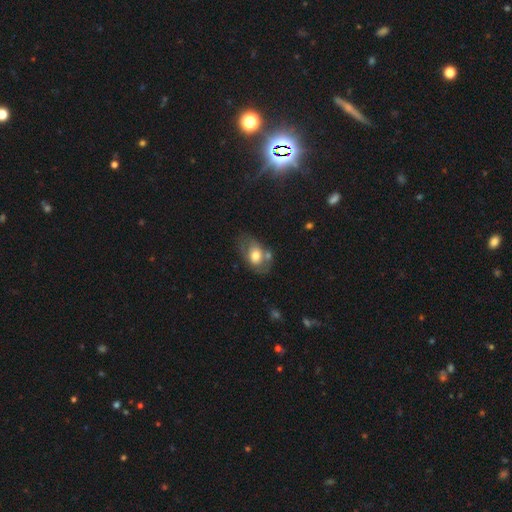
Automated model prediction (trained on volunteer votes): Smooth or featured?
  - smooth: 56% *
  - featured or disk: 36%
  - star or artifact: 8%
How rounded?
  - in between: 82% *
  - round: 16%
  - cigar-shaped: 2%
Merging?
  - none: 46% *
  - minor disturbance: 24%
  - merger: 18%
  - major disturbance: 12%